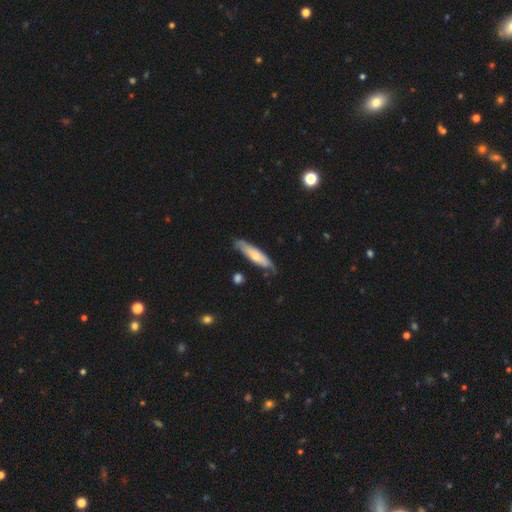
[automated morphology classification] smooth_or_featured: smooth (p=0.61) [alt: featured or disk p=0.34]
how_rounded: cigar-shaped (p=0.76) [alt: in between p=0.23]
merging: none (p=0.69) [alt: minor disturbance p=0.24]